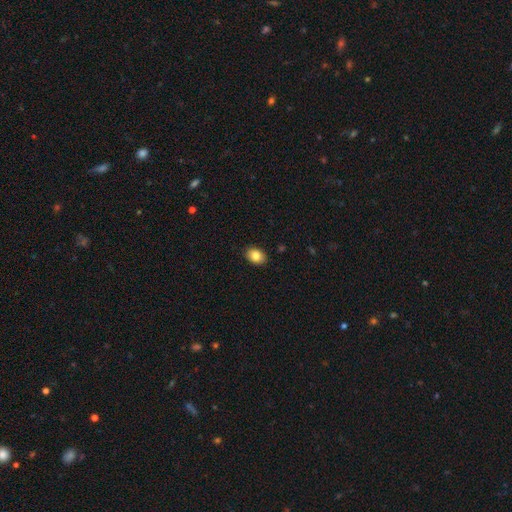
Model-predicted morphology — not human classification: The model was most divided on "how rounded": in between: 74%, round: 25%, cigar-shaped: 1%. More confident: merging — none (89%); smooth or featured — smooth (85%).